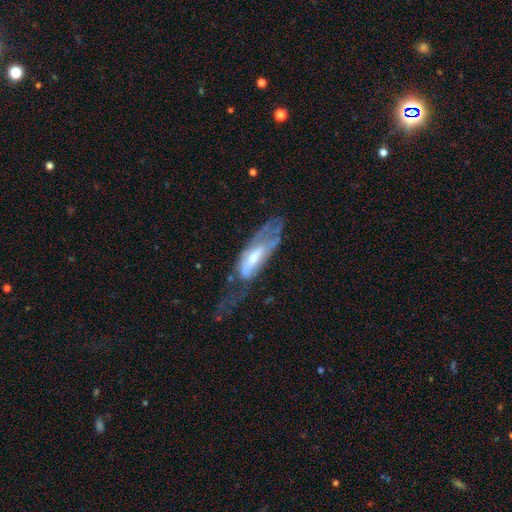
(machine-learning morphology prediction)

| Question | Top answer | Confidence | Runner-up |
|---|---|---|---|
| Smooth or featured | featured or disk | 63% | smooth (29%) |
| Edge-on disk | no | 72% | yes (28%) |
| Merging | major disturbance | 44% | none (28%) |